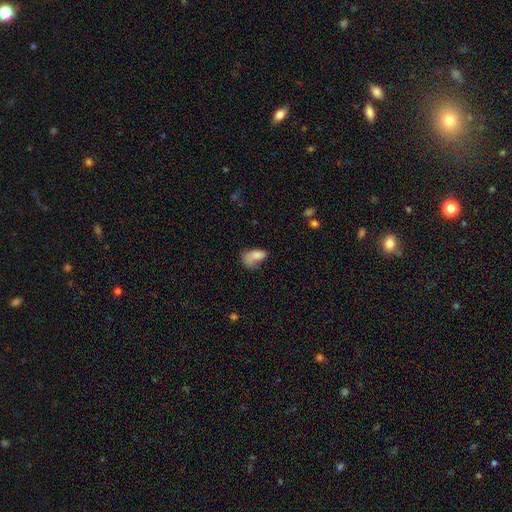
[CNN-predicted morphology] smooth 76%, featured or disk 14%, star or artifact 9%. Down the decision tree: how rounded — in between (88%); merging — major disturbance (31%).